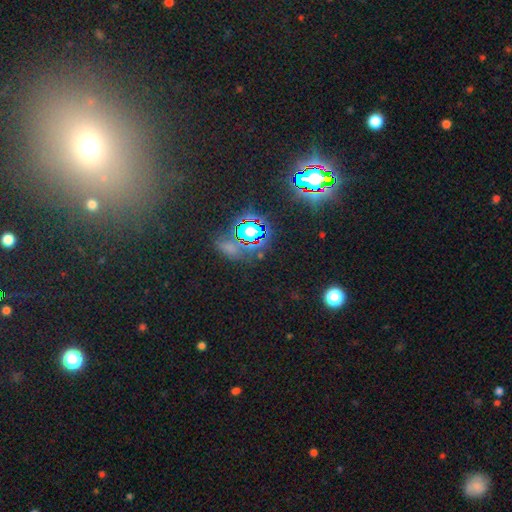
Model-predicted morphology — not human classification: The model was most divided on "smooth or featured": star or artifact: 72%, smooth: 17%, featured or disk: 11%.